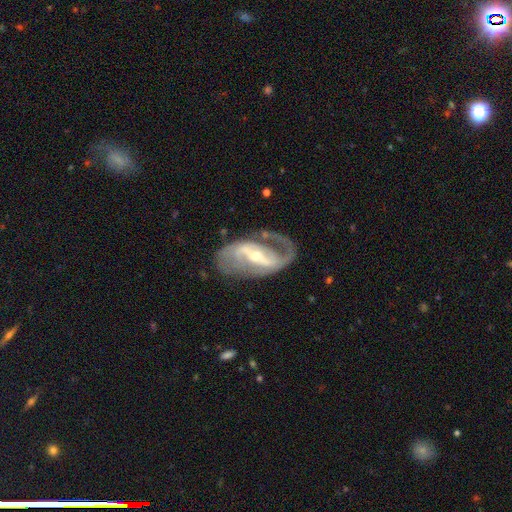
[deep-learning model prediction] This is clearly a featured or disk galaxy (88%). It is clearly not viewed edge-on (95%). Bar: likely strong (61%). Spiral arm pattern: clearly yes (93%). Spiral arm count: clearly 2 (80%). Spiral winding: possibly medium (48%). Central bulge: possibly moderate (48%). Merging: likely none (64%).